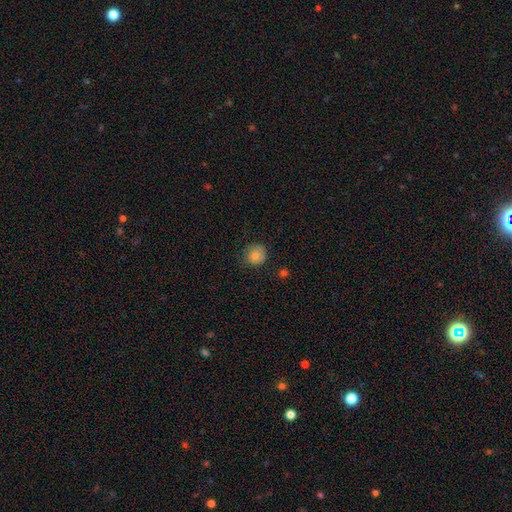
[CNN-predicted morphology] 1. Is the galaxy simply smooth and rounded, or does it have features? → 79% smooth, 11% featured or disk, 9% star or artifact.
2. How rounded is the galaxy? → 86% round, 13% in between, 1% cigar-shaped.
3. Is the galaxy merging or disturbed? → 73% none, 21% minor disturbance, 4% major disturbance, 1% merger.